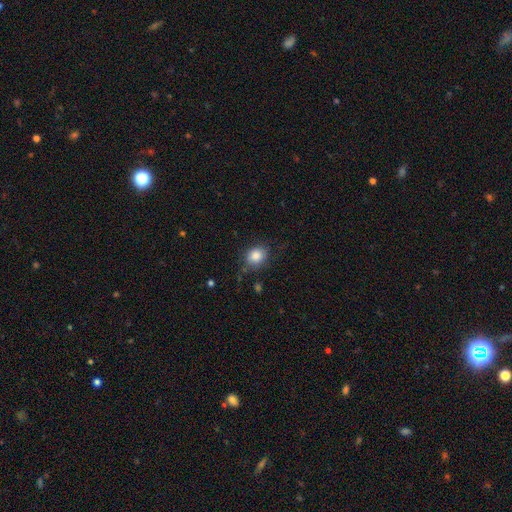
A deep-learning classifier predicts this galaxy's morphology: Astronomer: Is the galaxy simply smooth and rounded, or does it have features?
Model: smooth — 85%.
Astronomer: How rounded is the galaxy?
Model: round — 62% (runner-up: in between, 37%).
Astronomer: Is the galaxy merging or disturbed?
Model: none — 76%.